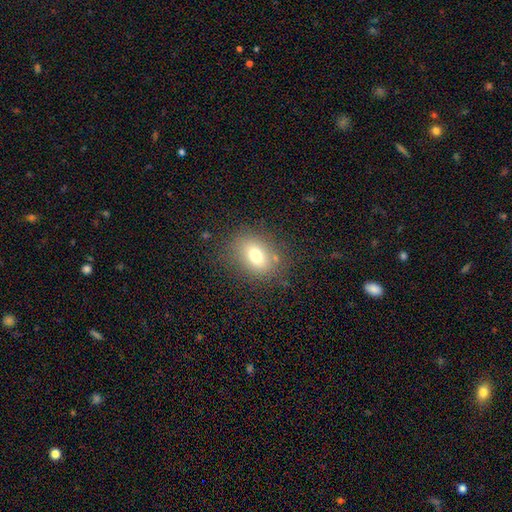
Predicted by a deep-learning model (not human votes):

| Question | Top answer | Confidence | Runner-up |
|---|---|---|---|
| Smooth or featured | smooth | 73% | featured or disk (15%) |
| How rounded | in between | 65% | round (33%) |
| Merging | none | 78% | minor disturbance (13%) |